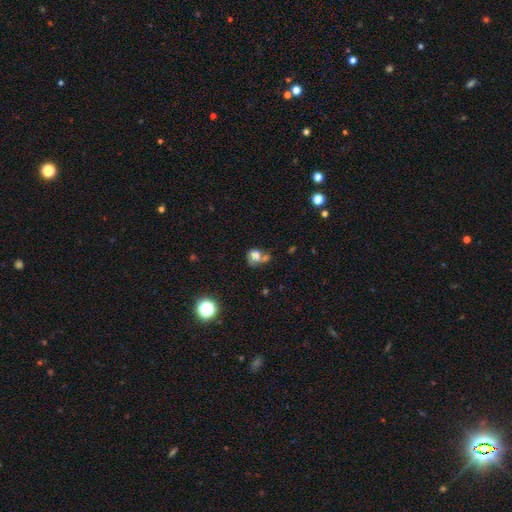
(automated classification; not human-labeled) The model was most divided on "how rounded": round: 53%, in between: 46%, cigar-shaped: 1%. Remaining: smooth or featured — smooth (55%); merging — merger (39%).